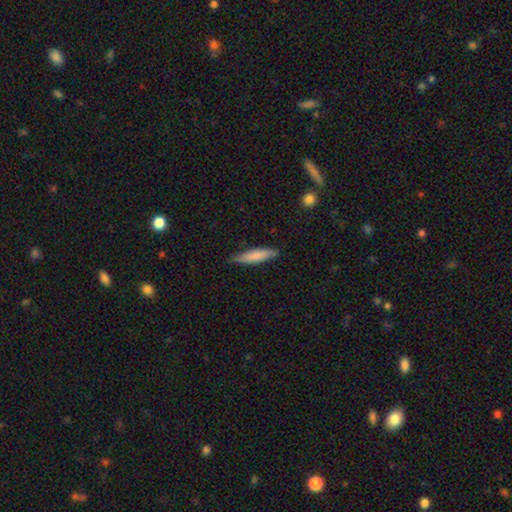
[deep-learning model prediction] smooth-or-featured: smooth: 75% | featured or disk: 20% | star or artifact: 5%
  how-rounded: cigar-shaped: 82% | in between: 17% | round: 1%
  merging: none: 83% | minor disturbance: 13% | major disturbance: 2% | merger: 1%